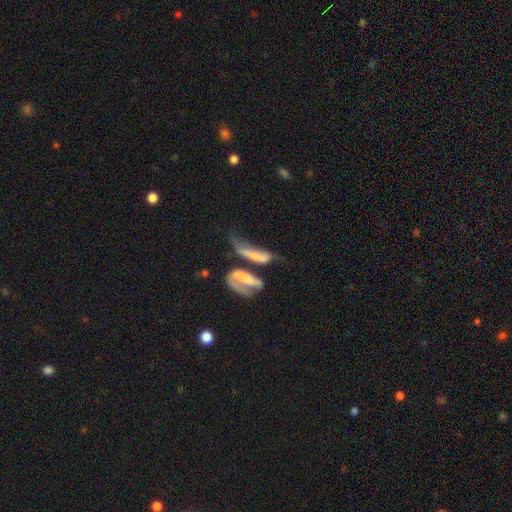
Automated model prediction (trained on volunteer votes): Overall: smooth (51%; featured or disk 40%). How rounded: cigar-shaped (57%; in between 39%). Merging: merger (45%; major disturbance 23%).